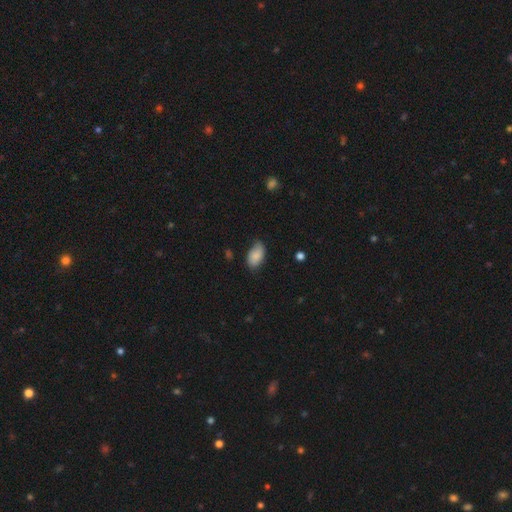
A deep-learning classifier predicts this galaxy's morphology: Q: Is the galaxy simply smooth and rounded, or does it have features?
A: smooth — 83%.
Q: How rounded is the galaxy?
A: in between — 93%.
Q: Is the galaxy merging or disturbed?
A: none — 65%.